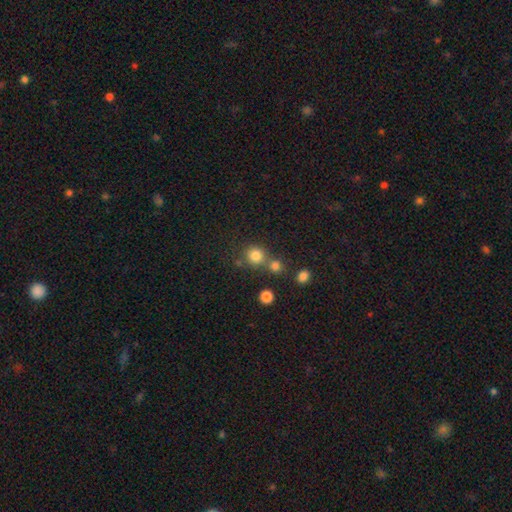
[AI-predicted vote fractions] This appears to be a smooth galaxy with no disk features (80%) that is round (89%). Merging: none (62%).